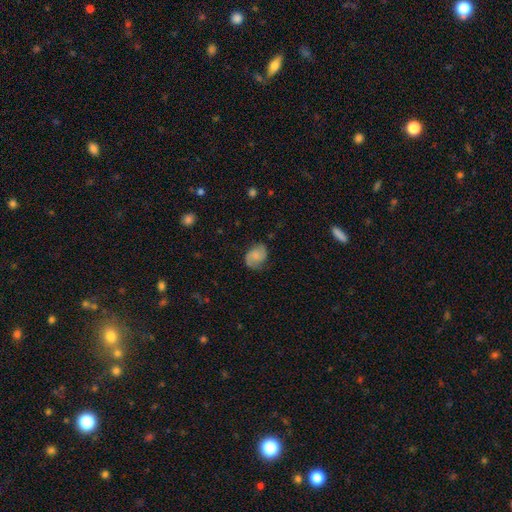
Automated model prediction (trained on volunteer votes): Morphology: type=featured or disk (52%); edge-on=no (97%); bar=no (65%); spiral arms=yes (93%); bulge=none (46%); merging=none (74%).